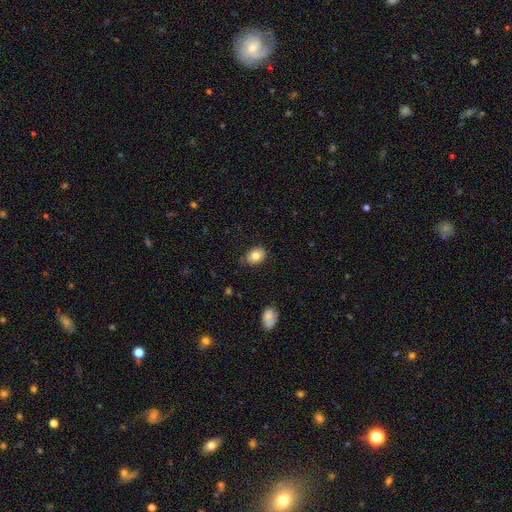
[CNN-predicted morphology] smooth_or_featured: smooth (p=0.79) [alt: featured or disk p=0.12]
how_rounded: in between (p=0.65) [alt: round p=0.34]
merging: none (p=0.75) [alt: minor disturbance p=0.20]